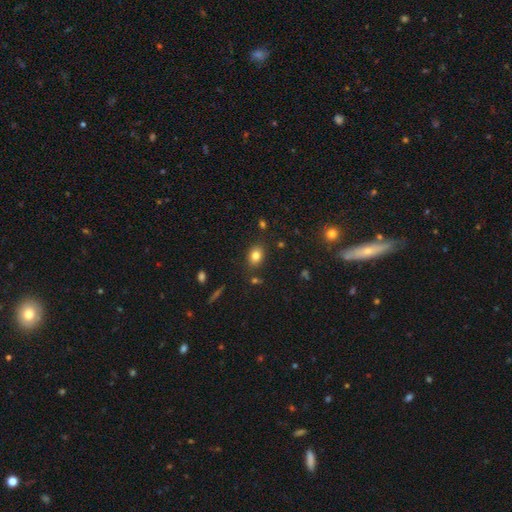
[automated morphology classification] This appears to be a smooth galaxy with no disk features (81%) that is in between round and cigar-shaped (67%). Merging: none (83%).